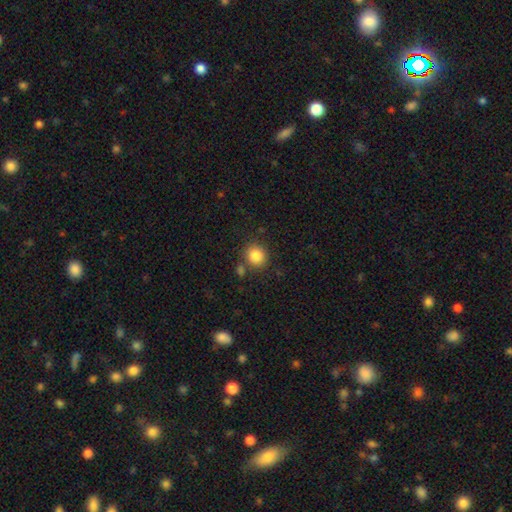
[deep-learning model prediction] smooth-or-featured: smooth: 84% | star or artifact: 10% | featured or disk: 6%
  how-rounded: round: 83% | in between: 16% | cigar-shaped: 1%
  merging: none: 78% | minor disturbance: 10% | merger: 10% | major disturbance: 3%